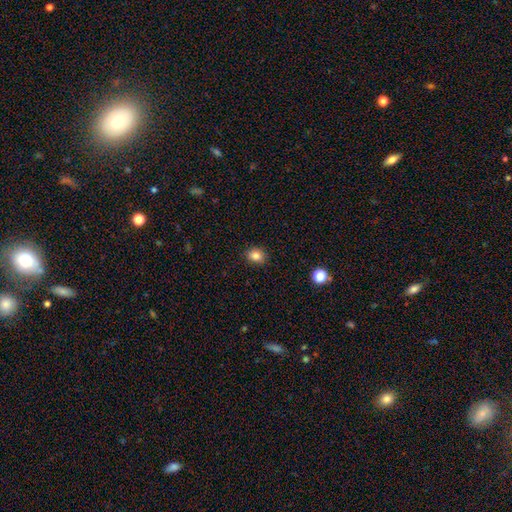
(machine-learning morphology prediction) This appears to be a smooth galaxy with no disk features (84%) that is round (55%). Merging: none (88%).